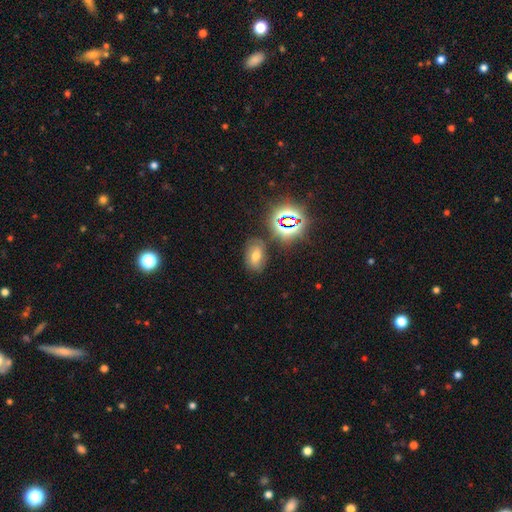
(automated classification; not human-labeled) Smooth or featured? Predicted: smooth (p=0.42). Merging? Predicted: none (p=0.74).